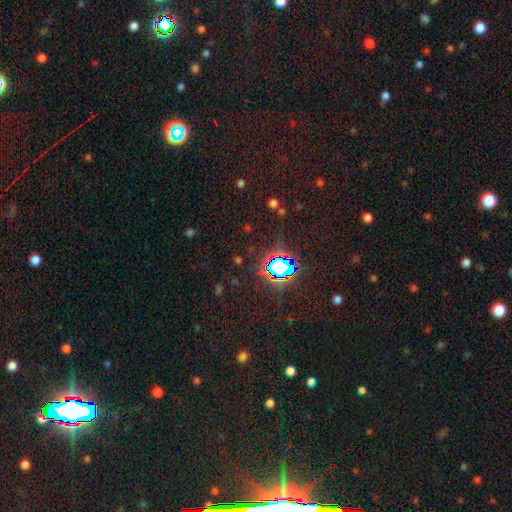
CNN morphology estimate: Smooth or featured? Predicted: star or artifact (p=0.75).